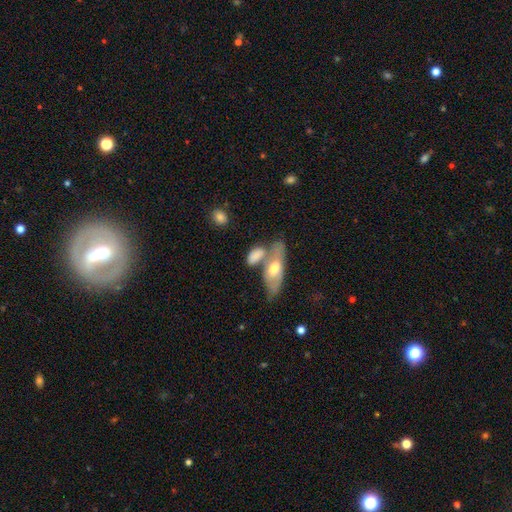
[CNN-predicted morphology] Smooth or featured? smooth (67%)
How rounded? in between (80%)
Merging? merger (41%)